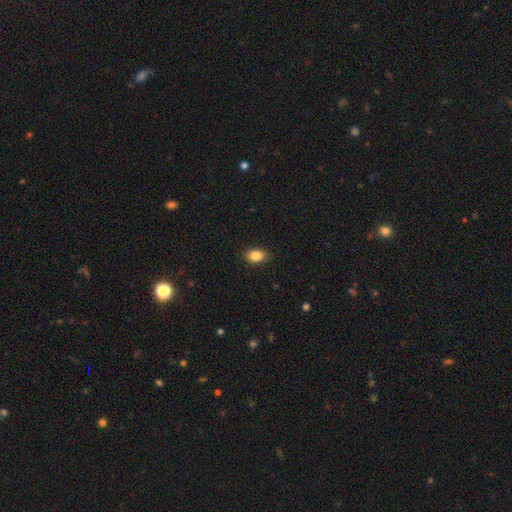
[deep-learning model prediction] smooth-or-featured: smooth: 85% | star or artifact: 8% | featured or disk: 7%
  how-rounded: in between: 85% | round: 13% | cigar-shaped: 2%
  merging: none: 88% | minor disturbance: 9% | major disturbance: 2% | merger: 1%